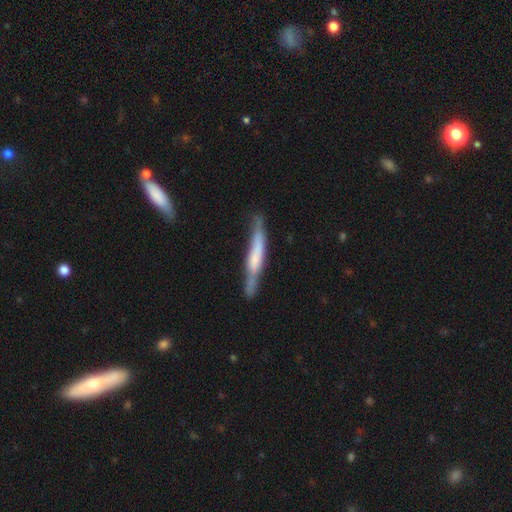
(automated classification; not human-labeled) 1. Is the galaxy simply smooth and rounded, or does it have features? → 54% featured or disk, 40% smooth, 6% star or artifact.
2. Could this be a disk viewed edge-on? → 88% yes, 12% no.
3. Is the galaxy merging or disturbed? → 67% none, 23% minor disturbance, 6% major disturbance, 4% merger.